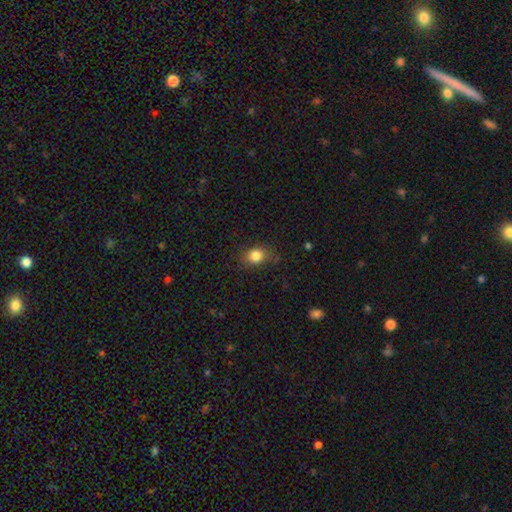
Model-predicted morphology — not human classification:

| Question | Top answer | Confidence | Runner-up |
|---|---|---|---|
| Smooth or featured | smooth | 84% | star or artifact (10%) |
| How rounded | round | 57% | in between (42%) |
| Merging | none | 75% | minor disturbance (18%) |